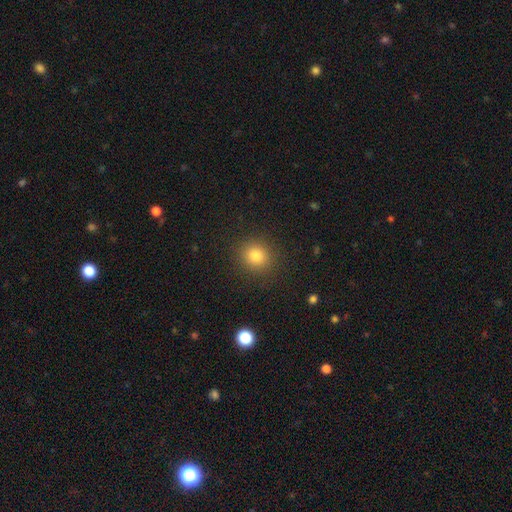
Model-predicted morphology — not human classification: Overall: smooth (81%). How rounded: round (83%). Merging: none (89%).